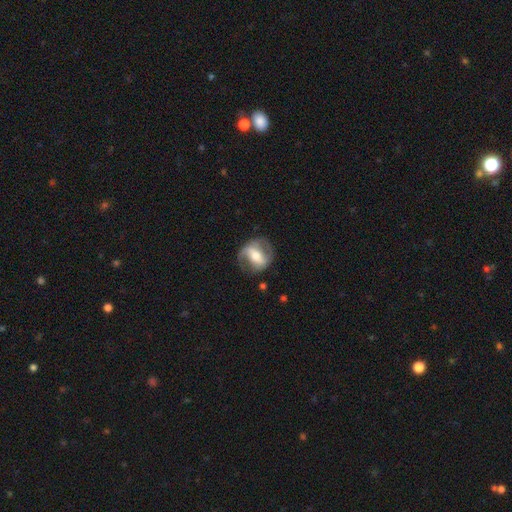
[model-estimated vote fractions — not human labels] Q: Smooth or featured?
A: featured or disk (74%); runner-up: smooth (21%)
Q: Edge-on disk?
A: no (93%); runner-up: yes (7%)
Q: Bar?
A: strong (55%); runner-up: weak (30%)
Q: Spiral arms?
A: yes (76%); runner-up: no (24%)
Q: Spiral winding?
A: medium (43%); runner-up: loose (32%)
Q: Spiral arm count?
A: 2 (80%); runner-up: can't tell (9%)
Q: Bulge size?
A: moderate (62%); runner-up: small (22%)
Q: Merging?
A: none (71%); runner-up: minor disturbance (16%)